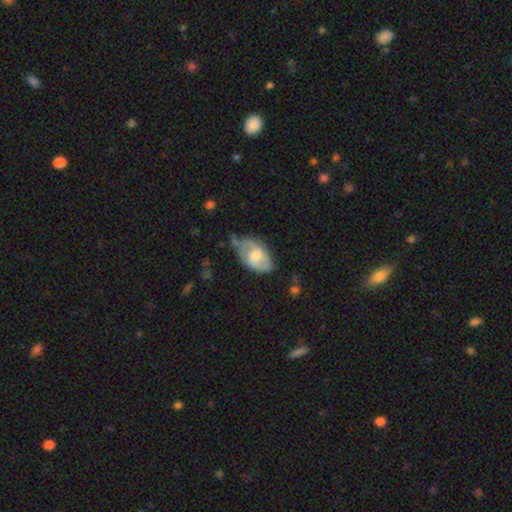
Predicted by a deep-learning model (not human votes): The model was most divided on "smooth or featured": featured or disk: 53%, smooth: 41%, star or artifact: 6%. Remaining: edge-on disk — no (94%); merging — none (49%).